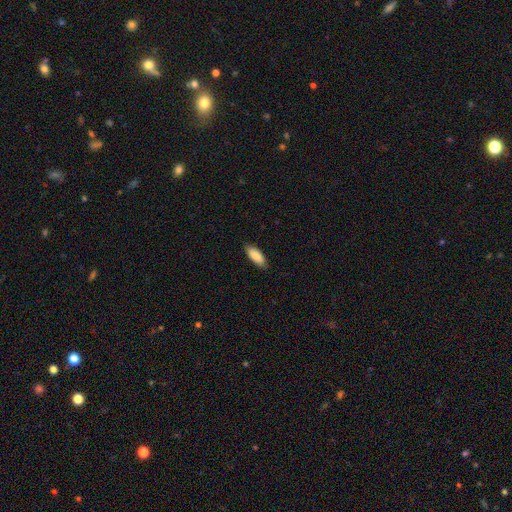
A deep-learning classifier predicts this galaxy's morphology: The model was most divided on "how rounded": in between: 74%, cigar-shaped: 24%, round: 2%. More confident: smooth or featured — smooth (88%); merging — none (86%).